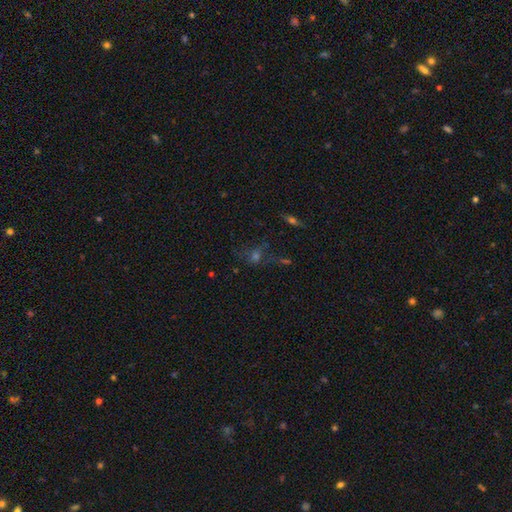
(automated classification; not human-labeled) The model was most divided on "smooth or featured": star or artifact: 43%, smooth: 33%, featured or disk: 24%.